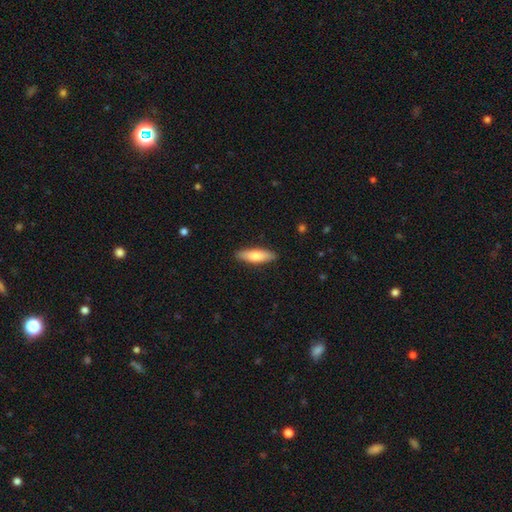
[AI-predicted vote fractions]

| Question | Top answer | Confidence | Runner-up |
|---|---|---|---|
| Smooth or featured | smooth | 74% | featured or disk (21%) |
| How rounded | cigar-shaped | 53% | in between (46%) |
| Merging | none | 88% | minor disturbance (9%) |